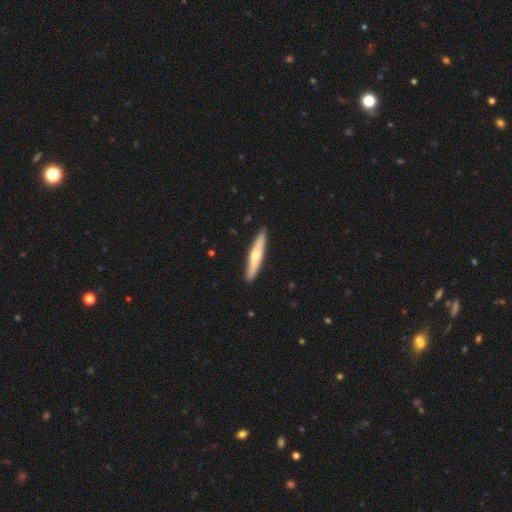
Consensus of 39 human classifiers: This appears to be a featured or disk galaxy (56%) viewed edge-on (95%) with a rounded central bulge (90%). Merging: none (83%).